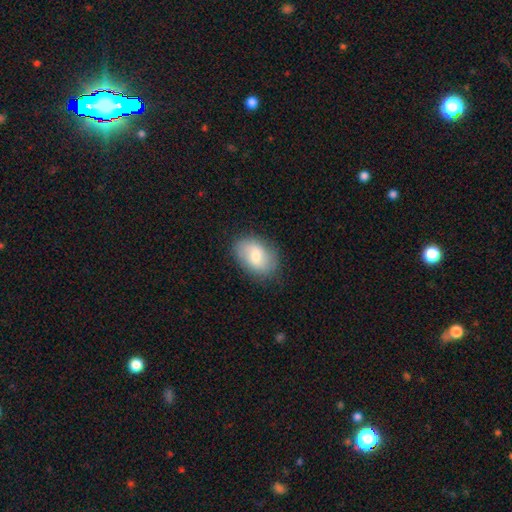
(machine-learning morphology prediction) smooth-or-featured: smooth: 63% | featured or disk: 30% | star or artifact: 7%
  how-rounded: in between: 81% | round: 17% | cigar-shaped: 1%
  merging: none: 81% | minor disturbance: 14% | major disturbance: 4% | merger: 1%